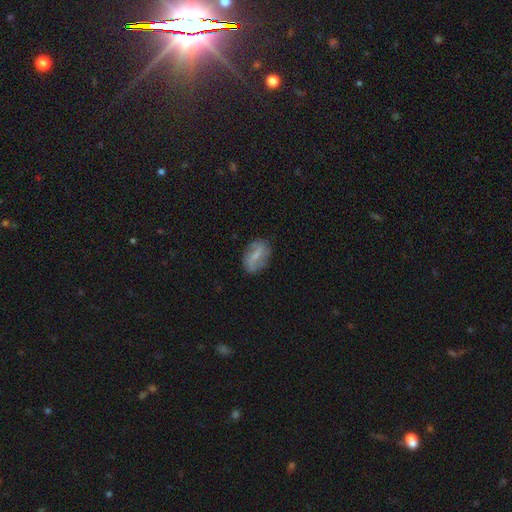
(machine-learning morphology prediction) Q: Smooth or featured?
A: featured or disk (53%); runner-up: smooth (39%)
Q: Edge-on disk?
A: no (95%); runner-up: yes (5%)
Q: Bar?
A: weak (52%); runner-up: no (25%)
Q: Spiral arms?
A: yes (73%); runner-up: no (27%)
Q: Bulge size?
A: small (53%); runner-up: moderate (28%)
Q: Merging?
A: none (73%); runner-up: minor disturbance (19%)